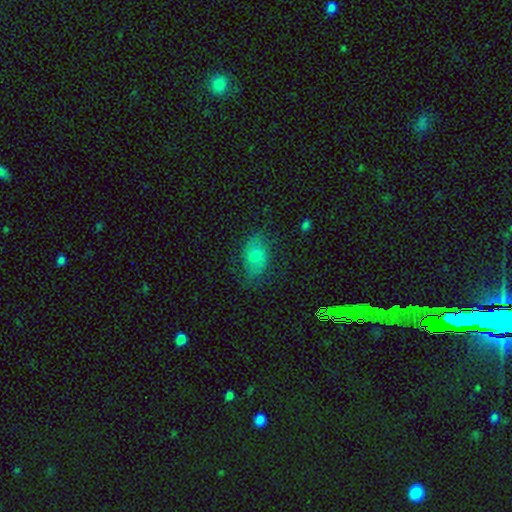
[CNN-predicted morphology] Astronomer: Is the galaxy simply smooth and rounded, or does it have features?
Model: smooth — 64%.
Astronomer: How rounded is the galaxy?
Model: in between — 84%.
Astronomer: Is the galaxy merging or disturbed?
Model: none — 71%.